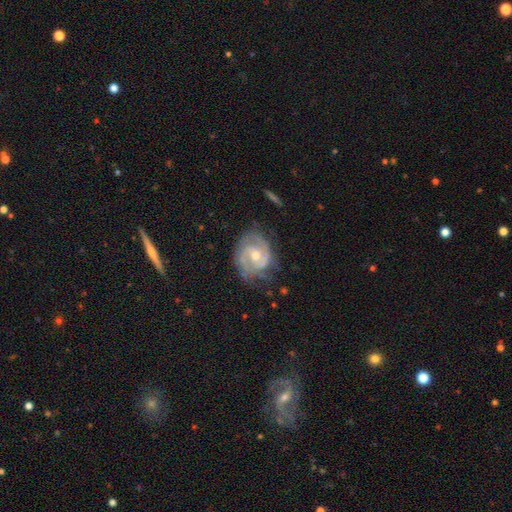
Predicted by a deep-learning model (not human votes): featured or disk 88%, smooth 6%, star or artifact 5%. Down the decision tree: edge-on disk — no (97%); bar — no (58%); spiral arms — yes (97%); spiral arm count — 2 (74%); spiral winding — tight (58%); bulge size — moderate (58%); merging — none (74%).